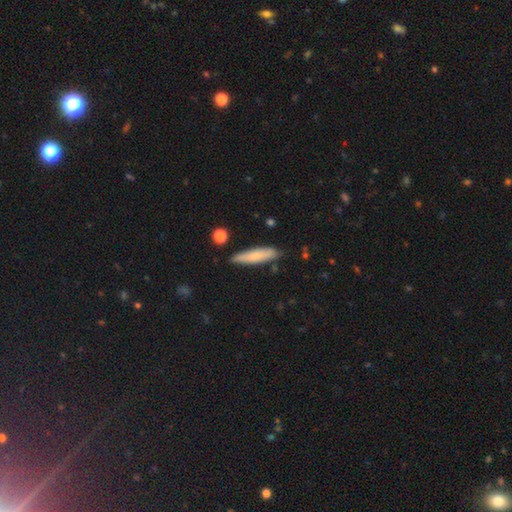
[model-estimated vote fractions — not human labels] A smooth galaxy with no disk features (72%) that is cigar-shaped (79%).

Vote fractions:
- Smooth or featured? smooth: 72% / featured or disk: 22% / star or artifact: 6%
- How rounded? cigar-shaped: 79% / in between: 19% / round: 2%
- Merging? none: 83% / minor disturbance: 12% / merger: 2% / major disturbance: 2%